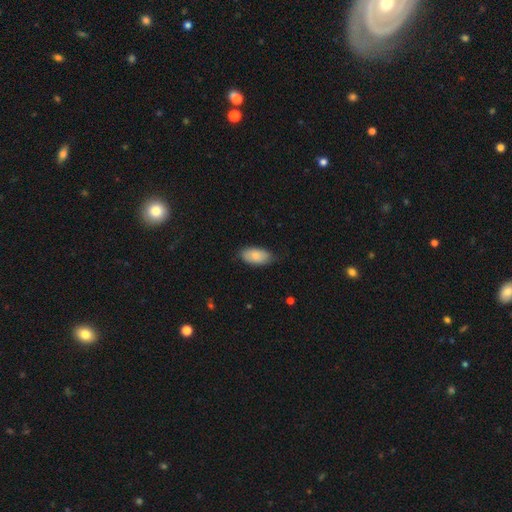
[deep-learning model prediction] Smooth or featured?
  - smooth: 82% *
  - featured or disk: 12%
  - star or artifact: 6%
How rounded?
  - in between: 94% *
  - cigar-shaped: 3%
  - round: 3%
Merging?
  - none: 75% *
  - minor disturbance: 21%
  - major disturbance: 4%
  - merger: 1%